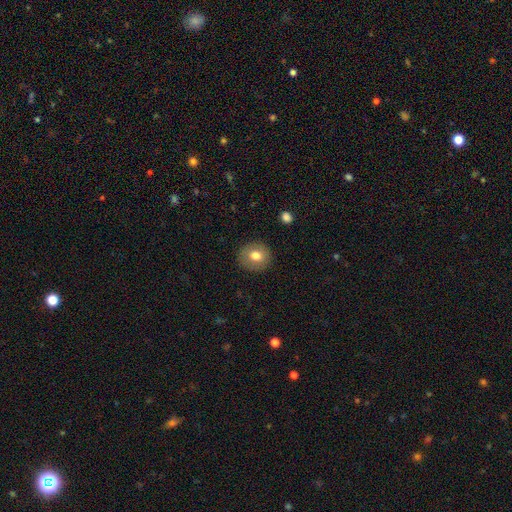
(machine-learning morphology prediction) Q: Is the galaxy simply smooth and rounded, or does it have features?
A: smooth — 77%.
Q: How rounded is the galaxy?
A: round — 83%.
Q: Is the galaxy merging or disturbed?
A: none — 89%.